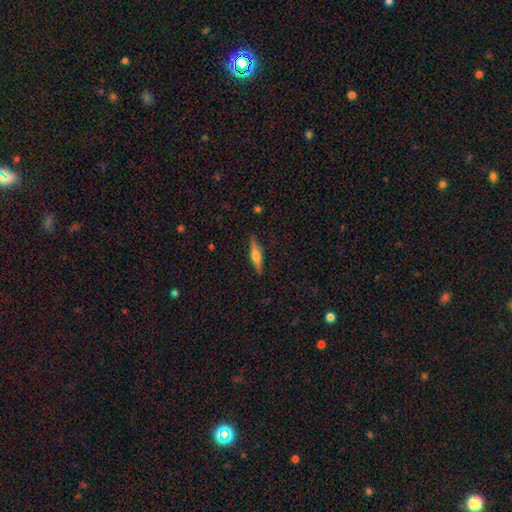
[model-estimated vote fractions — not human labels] A featured or disk galaxy (53%) viewed edge-on (94%). Merging: none (85%).